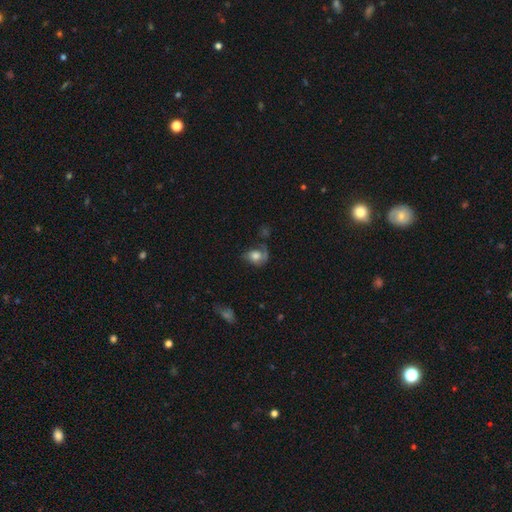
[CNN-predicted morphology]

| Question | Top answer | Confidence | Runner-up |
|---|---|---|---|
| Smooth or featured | smooth | 54% | featured or disk (37%) |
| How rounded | in between | 52% | round (46%) |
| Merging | none | 36% | major disturbance (33%) |